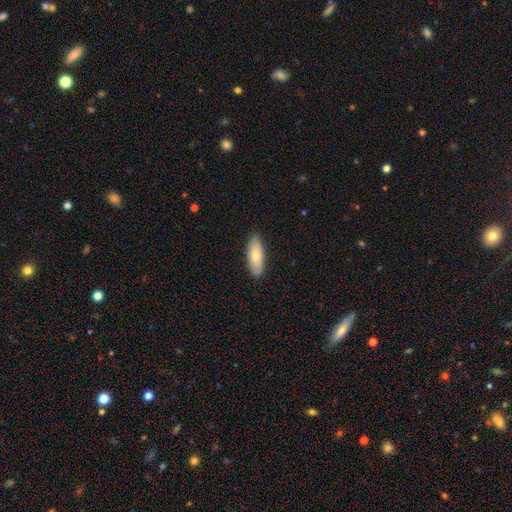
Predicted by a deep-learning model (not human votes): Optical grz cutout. It shows a smooth galaxy with no disk features (72%) that is in between round and cigar-shaped (74%). Merging: none (89%).